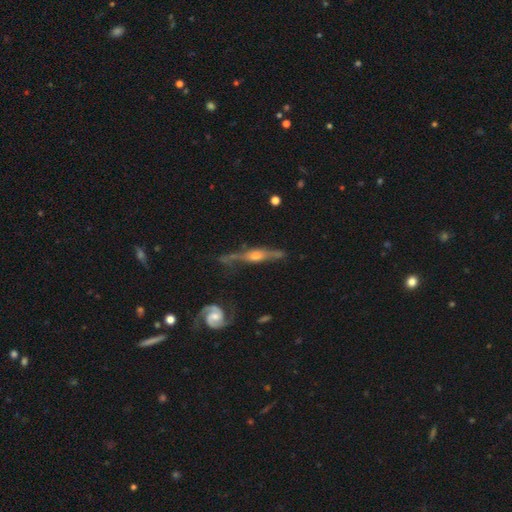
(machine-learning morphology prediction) smooth-or-featured: featured or disk: 82% | smooth: 12% | star or artifact: 6%
  disk-edge-on: yes: 85% | no: 15%
    edge-on-bulge: rounded: 85% | boxy: 9% | none: 6%
  merging: none: 63% | minor disturbance: 21% | major disturbance: 10% | merger: 6%